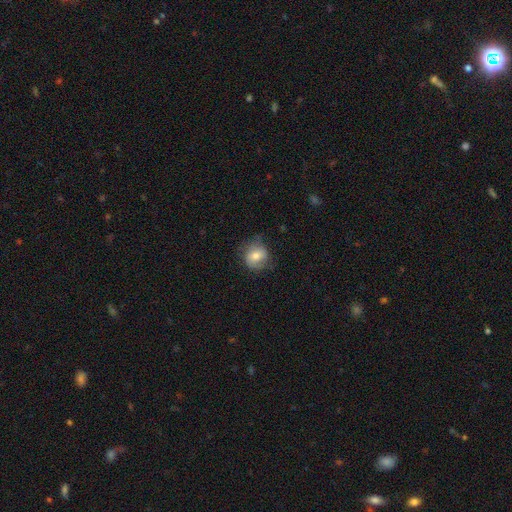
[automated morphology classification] Smooth or featured? Predicted: smooth (p=0.66). How rounded? Predicted: round (p=0.77). Merging? Predicted: none (p=0.67).